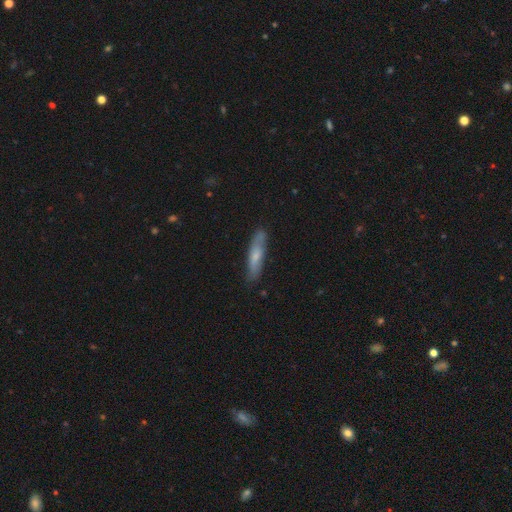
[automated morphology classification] This appears to be a smooth galaxy with no disk features (62%) that is cigar-shaped (81%). Merging: none (79%).